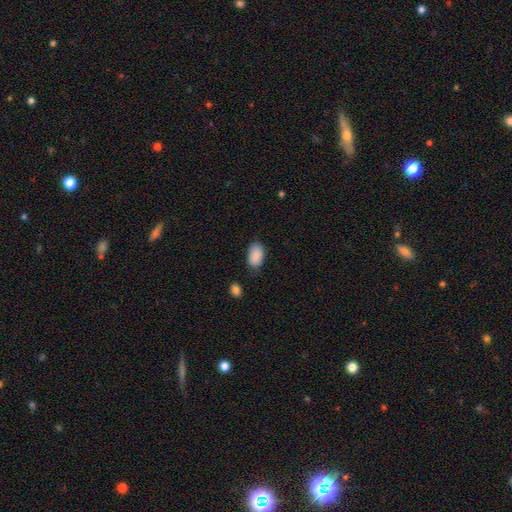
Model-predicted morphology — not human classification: The model was most divided on "merging": none: 76%, minor disturbance: 18%, major disturbance: 4%, merger: 2%. More confident: how rounded — in between (93%); smooth or featured — smooth (90%).